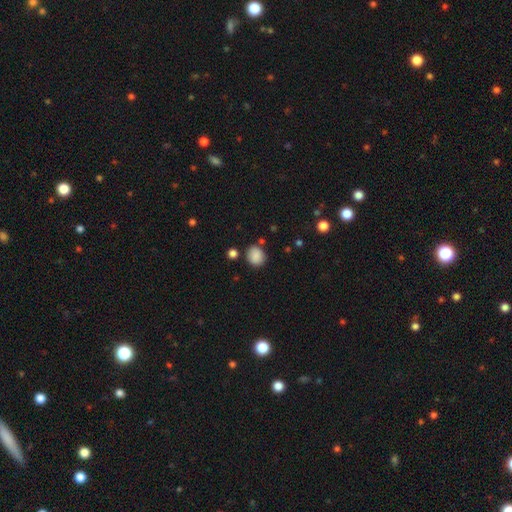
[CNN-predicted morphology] Smooth or featured?
  - smooth: 86% *
  - star or artifact: 9%
  - featured or disk: 4%
How rounded?
  - round: 72% *
  - in between: 27%
  - cigar-shaped: 1%
Merging?
  - none: 78% *
  - minor disturbance: 13%
  - merger: 5%
  - major disturbance: 3%